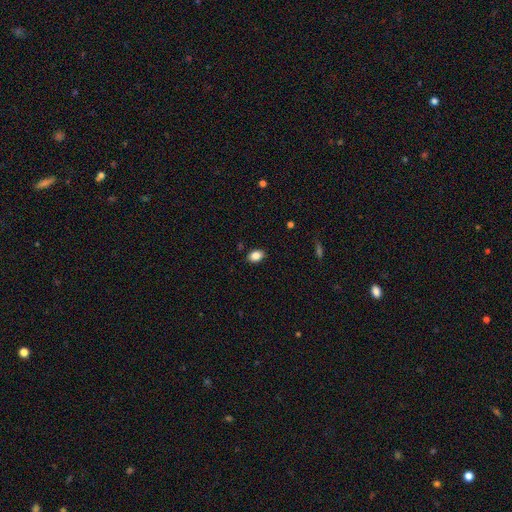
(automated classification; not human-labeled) Morphology: type=smooth (86%); roundness=in between (82%); merging=none (87%).